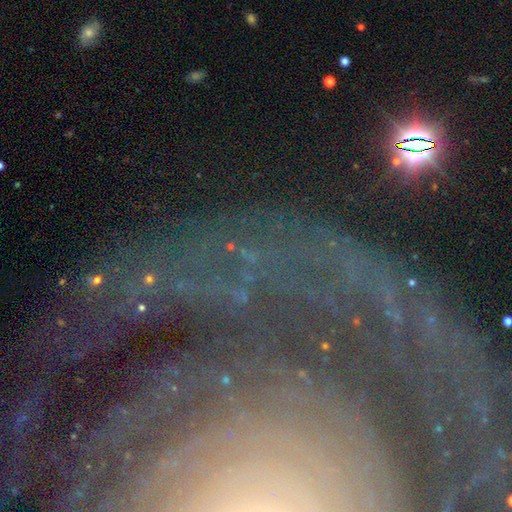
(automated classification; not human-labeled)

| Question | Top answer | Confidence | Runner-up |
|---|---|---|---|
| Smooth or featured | star or artifact | 54% | featured or disk (34%) |